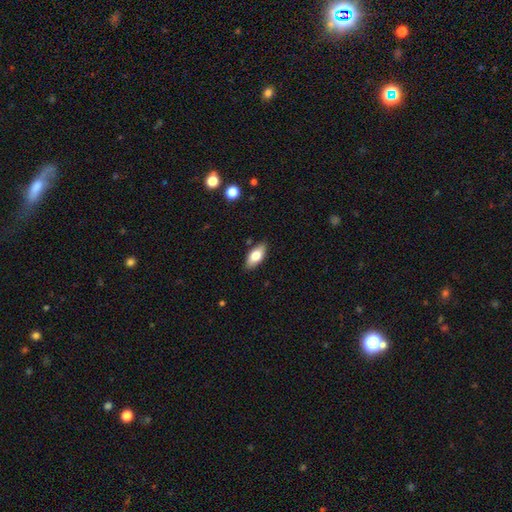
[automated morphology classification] smooth 74%, featured or disk 19%, star or artifact 7%. Down the decision tree: how rounded — in between (87%); merging — none (86%).